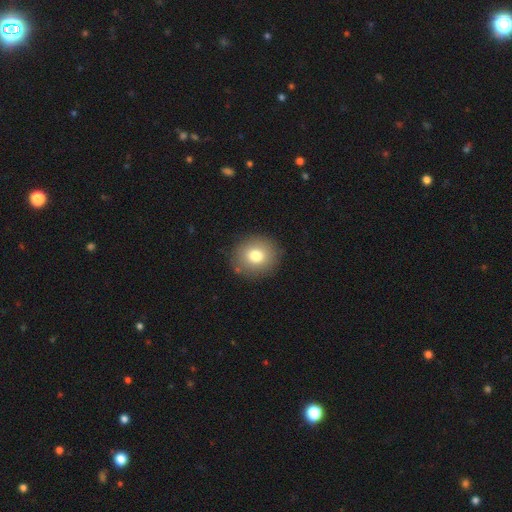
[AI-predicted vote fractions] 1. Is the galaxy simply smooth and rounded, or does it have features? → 78% smooth, 12% featured or disk, 10% star or artifact.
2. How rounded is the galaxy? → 84% round, 15% in between, 1% cigar-shaped.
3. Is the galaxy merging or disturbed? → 88% none, 8% minor disturbance, 3% major disturbance, 2% merger.